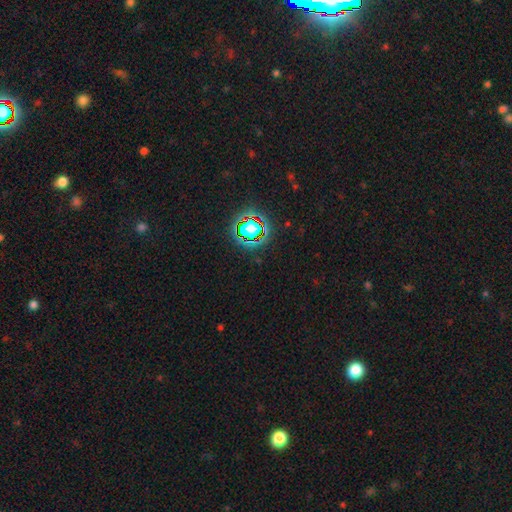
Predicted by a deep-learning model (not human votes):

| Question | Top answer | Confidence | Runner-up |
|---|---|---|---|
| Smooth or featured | star or artifact | 77% | smooth (14%) |